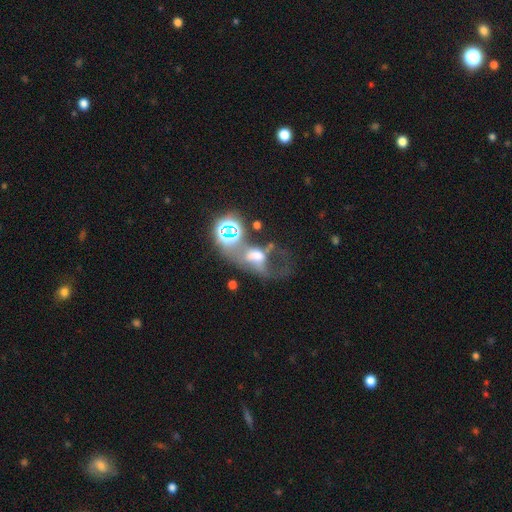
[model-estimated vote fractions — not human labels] smooth_or_featured: featured or disk (p=0.45) [alt: smooth p=0.29]
merging: major disturbance (p=0.39) [alt: merger p=0.30]